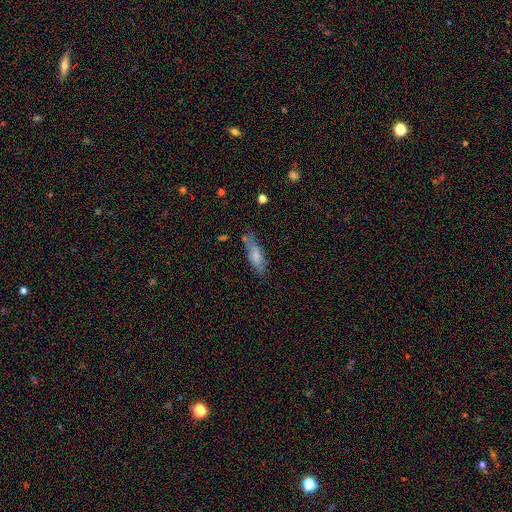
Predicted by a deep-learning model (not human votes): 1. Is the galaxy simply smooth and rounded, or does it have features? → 69% smooth, 24% featured or disk, 8% star or artifact.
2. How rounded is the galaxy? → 51% in between, 47% cigar-shaped, 2% round.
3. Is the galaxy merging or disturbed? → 57% none, 26% minor disturbance, 9% major disturbance, 8% merger.